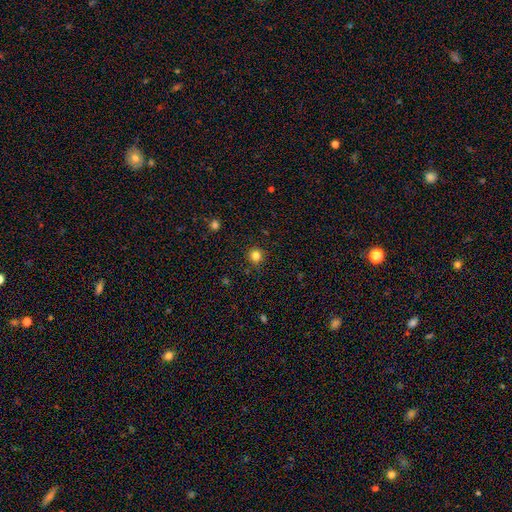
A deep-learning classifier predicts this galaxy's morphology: This appears to be a smooth galaxy with no disk features (82%) that is round (94%). Merging: none (89%).